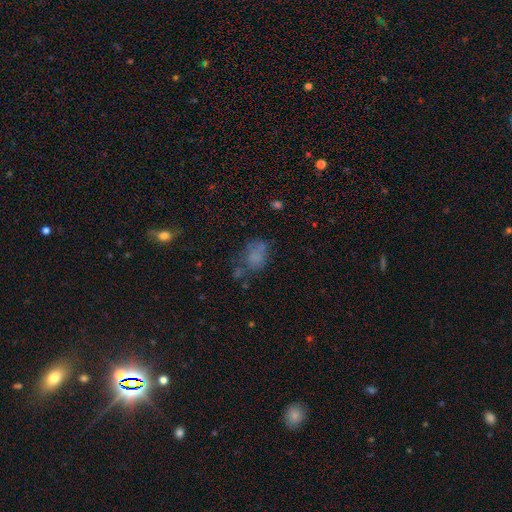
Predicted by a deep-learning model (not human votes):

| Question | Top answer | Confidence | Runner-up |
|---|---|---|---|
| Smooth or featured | smooth | 63% | featured or disk (19%) |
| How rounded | in between | 71% | round (27%) |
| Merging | none | 44% | minor disturbance (24%) |